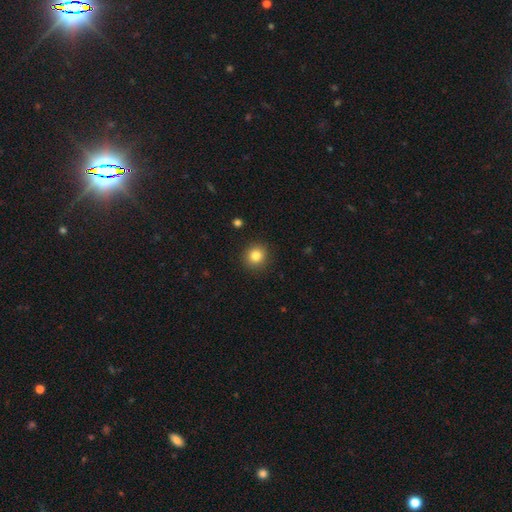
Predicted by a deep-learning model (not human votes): smooth_or_featured: smooth (p=0.83) [alt: star or artifact p=0.11]
how_rounded: round (p=0.89) [alt: in between p=0.10]
merging: none (p=0.90) [alt: minor disturbance p=0.06]